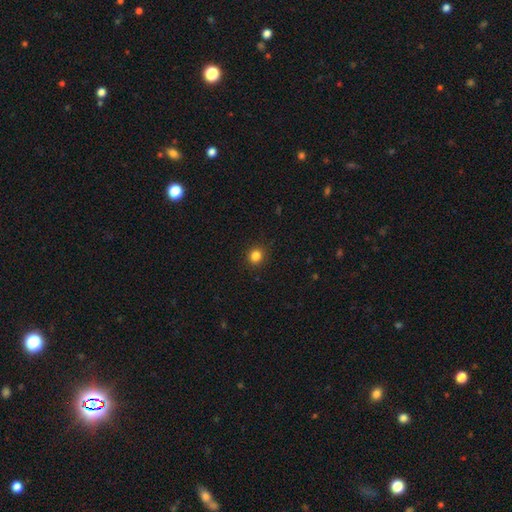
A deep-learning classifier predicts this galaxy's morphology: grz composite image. It shows a smooth galaxy with no disk features (83%) that is round (90%). Merging: none (91%).